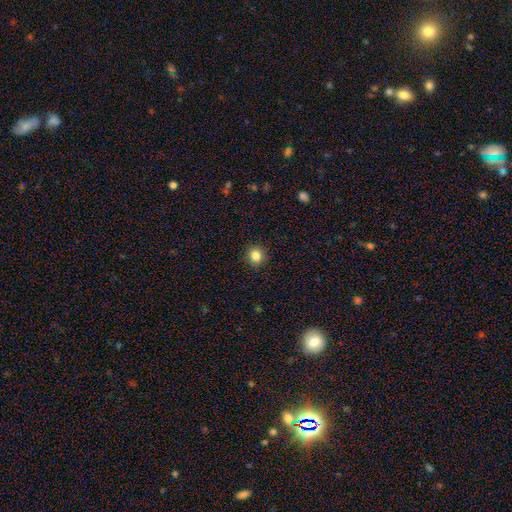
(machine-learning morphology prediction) A smooth galaxy with no disk features (84%) that is round (87%).

Vote fractions:
- Smooth or featured? smooth: 84% / star or artifact: 11% / featured or disk: 5%
- How rounded? round: 87% / in between: 12% / cigar-shaped: 1%
- Merging? none: 91% / minor disturbance: 6% / major disturbance: 2% / merger: 1%